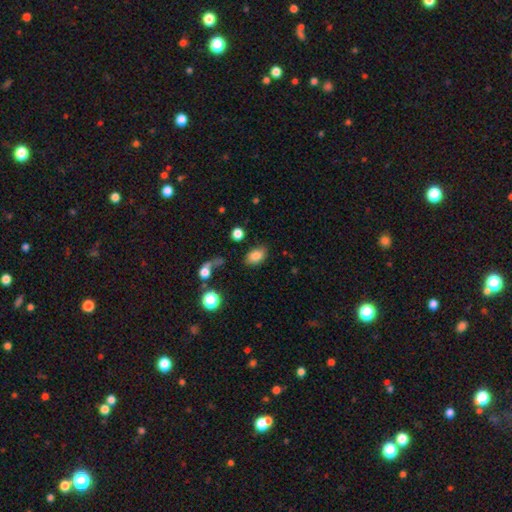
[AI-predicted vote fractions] Smooth or featured?
  - smooth: 82% *
  - star or artifact: 10%
  - featured or disk: 8%
How rounded?
  - in between: 86% *
  - round: 13%
  - cigar-shaped: 1%
Merging?
  - none: 78% *
  - minor disturbance: 13%
  - major disturbance: 5%
  - merger: 4%